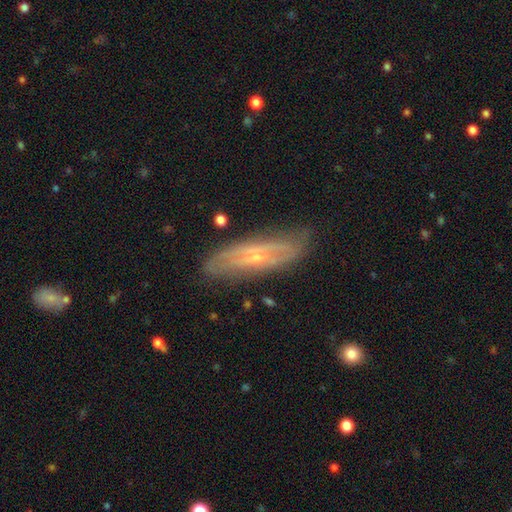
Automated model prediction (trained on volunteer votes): smooth_or_featured: featured or disk (p=0.69) [alt: smooth p=0.24]
disk_edge_on: no (p=0.61) [alt: yes p=0.39]
merging: none (p=0.78) [alt: minor disturbance p=0.17]